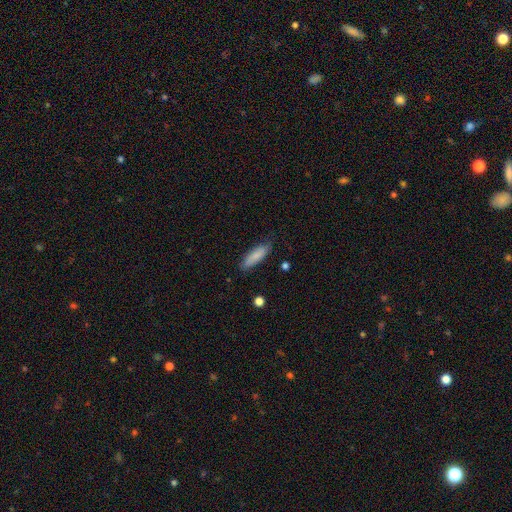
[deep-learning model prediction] smooth 80%, featured or disk 14%, star or artifact 6%. Down the decision tree: how rounded — cigar-shaped (53%); merging — none (76%).